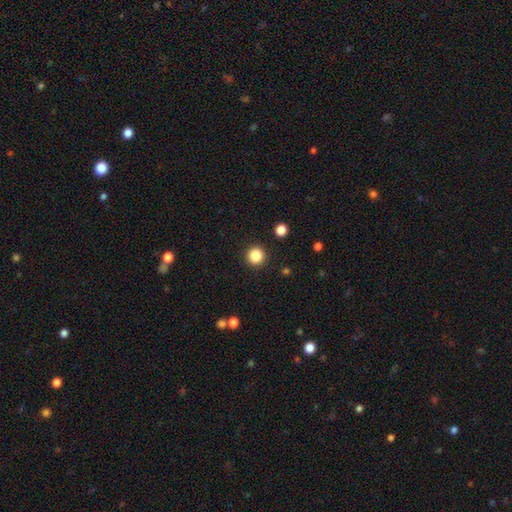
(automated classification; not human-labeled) smooth-or-featured: smooth: 86% | star or artifact: 10% | featured or disk: 4%
  how-rounded: round: 95% | in between: 4% | cigar-shaped: 1%
  merging: none: 92% | minor disturbance: 5% | major disturbance: 2% | merger: 1%